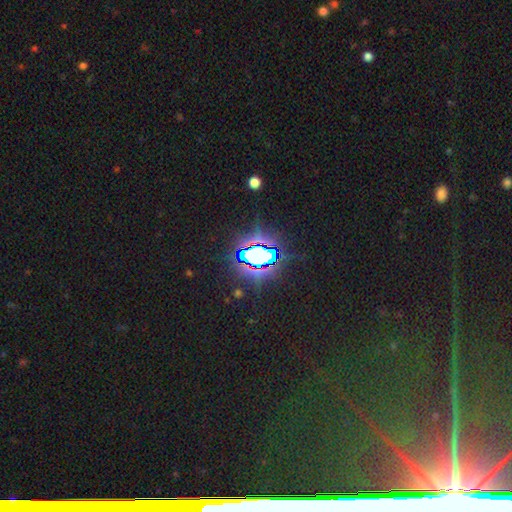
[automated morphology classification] Smooth or featured? Predicted: star or artifact (p=0.75).